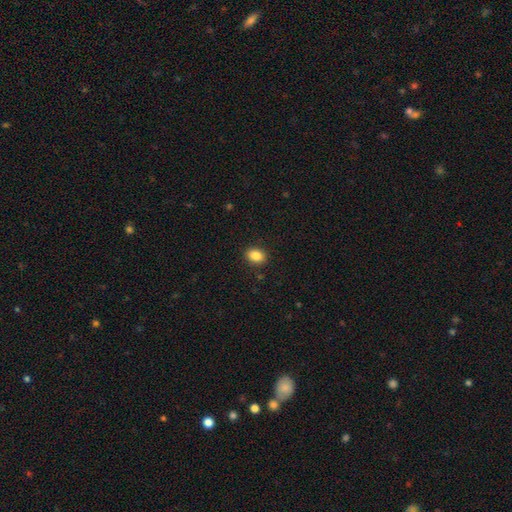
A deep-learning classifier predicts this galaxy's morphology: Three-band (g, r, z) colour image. It shows a smooth galaxy with no disk features (86%) that is in between round and cigar-shaped (68%). Merging: none (89%).